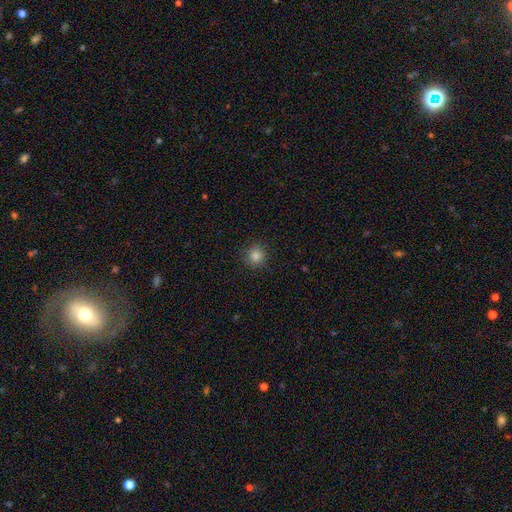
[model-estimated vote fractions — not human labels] smooth-or-featured: smooth: 84% | star or artifact: 12% | featured or disk: 4%
  how-rounded: round: 92% | in between: 7% | cigar-shaped: 1%
  merging: none: 90% | minor disturbance: 7% | major disturbance: 2% | merger: 1%